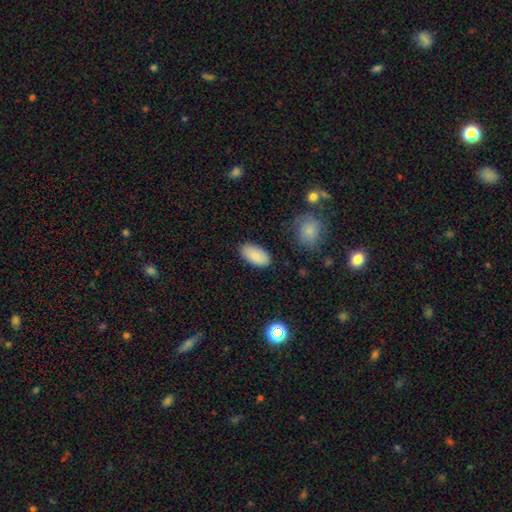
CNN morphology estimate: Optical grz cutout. It shows a smooth galaxy with no disk features (87%) that is in between round and cigar-shaped (95%). Merging: none (84%).